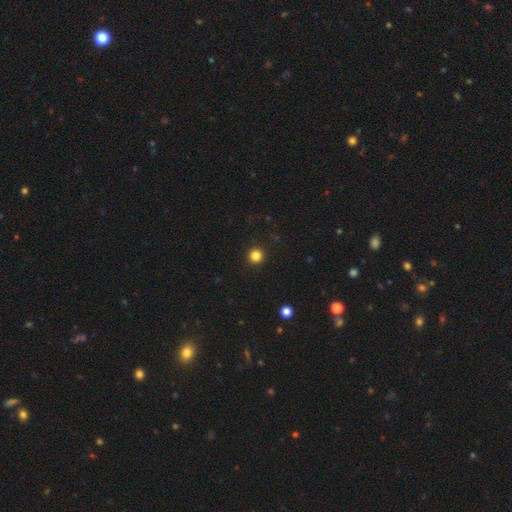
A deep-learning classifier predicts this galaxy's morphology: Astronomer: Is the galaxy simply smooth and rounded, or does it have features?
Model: smooth — 84%.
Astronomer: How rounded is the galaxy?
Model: round — 95%.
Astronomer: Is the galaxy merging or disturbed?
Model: none — 93%.